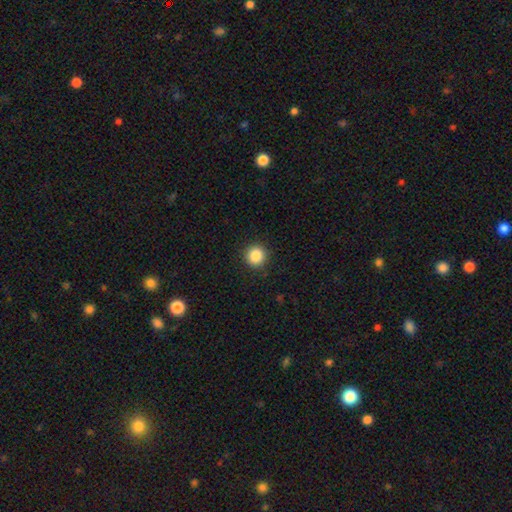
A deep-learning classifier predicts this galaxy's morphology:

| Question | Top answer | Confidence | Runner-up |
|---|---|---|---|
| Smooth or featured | smooth | 86% | star or artifact (10%) |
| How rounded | round | 93% | in between (6%) |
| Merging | none | 91% | minor disturbance (6%) |